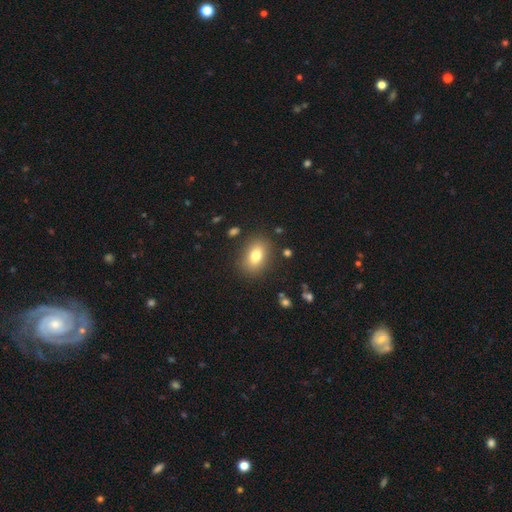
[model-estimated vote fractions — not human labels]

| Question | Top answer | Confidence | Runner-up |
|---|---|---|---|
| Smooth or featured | smooth | 78% | featured or disk (12%) |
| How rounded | in between | 78% | round (20%) |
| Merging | none | 85% | minor disturbance (10%) |